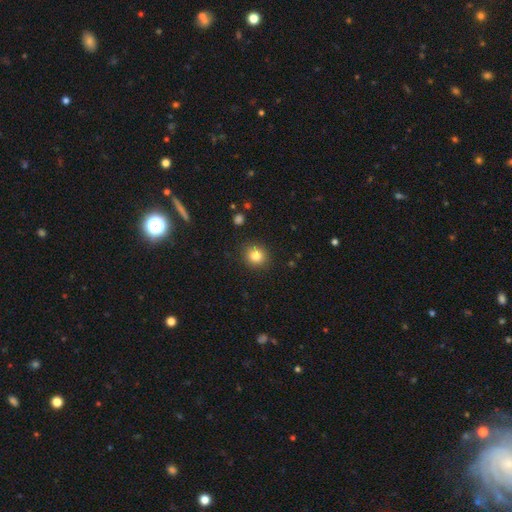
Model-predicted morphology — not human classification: The model was most divided on "how rounded": round: 85%, in between: 14%, cigar-shaped: 1%. More confident: merging — none (90%); smooth or featured — smooth (82%).